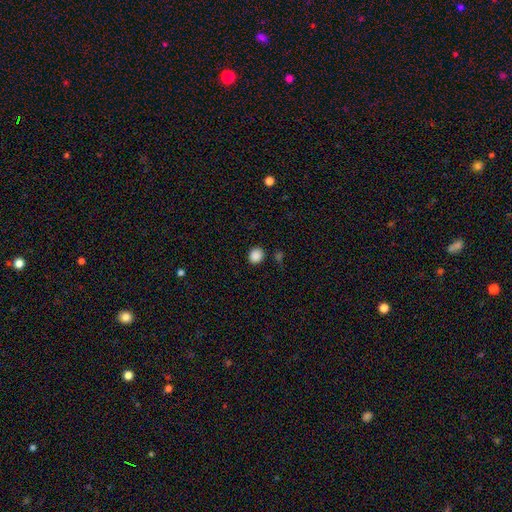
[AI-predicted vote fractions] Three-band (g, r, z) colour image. It shows a smooth galaxy with no disk features (87%) that is round (72%). Merging: none (86%).